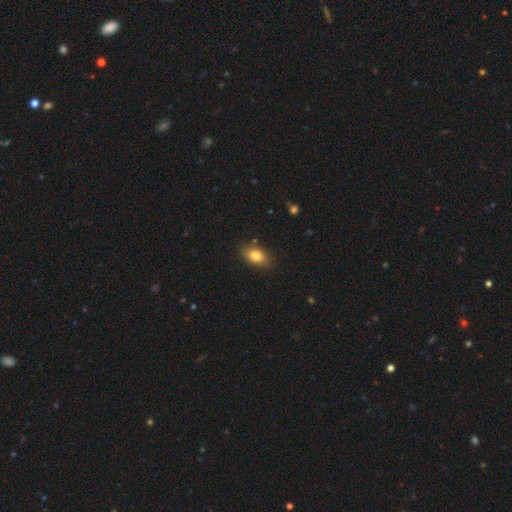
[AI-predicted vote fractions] A smooth galaxy with no disk features (83%) that is in between round and cigar-shaped (86%). Merging: none (84%).